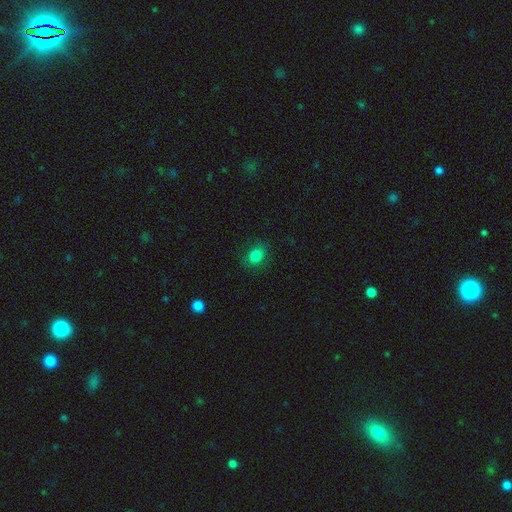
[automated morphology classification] Overall: smooth (82%). How rounded: round (55%; in between 44%). Merging: none (83%).